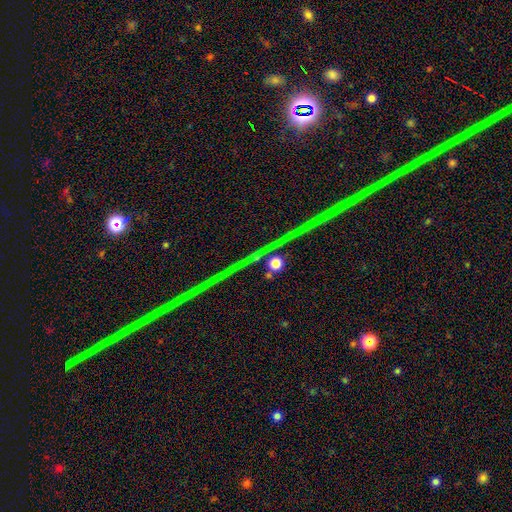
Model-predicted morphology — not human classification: A star or artifact, not a galaxy (83%).

Vote fractions:
- Smooth or featured? star or artifact: 83% / featured or disk: 10% / smooth: 7%